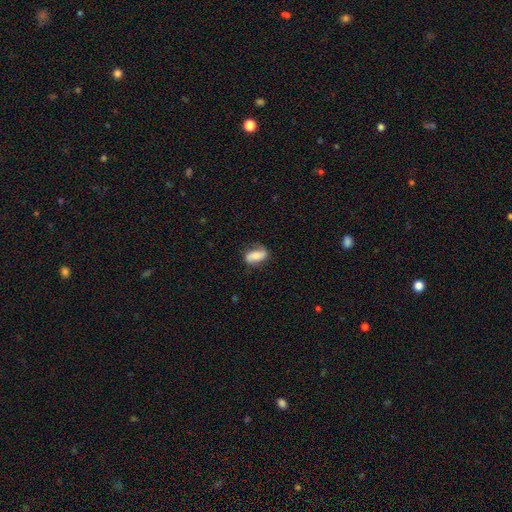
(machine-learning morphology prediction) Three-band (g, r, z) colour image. It shows a smooth galaxy with no disk features (58%) that is in between round and cigar-shaped (88%). Merging: none (66%).